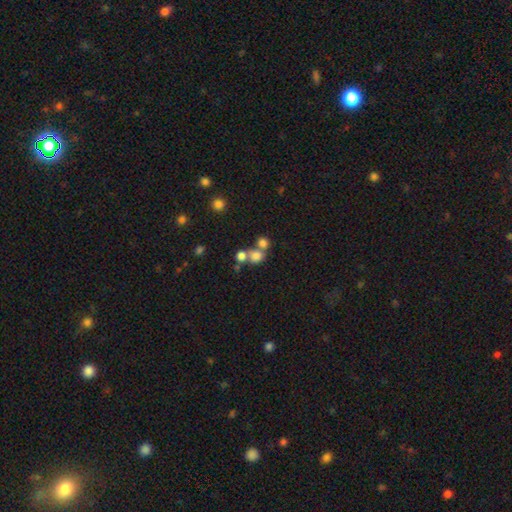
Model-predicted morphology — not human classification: Overall: smooth (73%). How rounded: round (78%). Merging: merger (46%; none 42%).